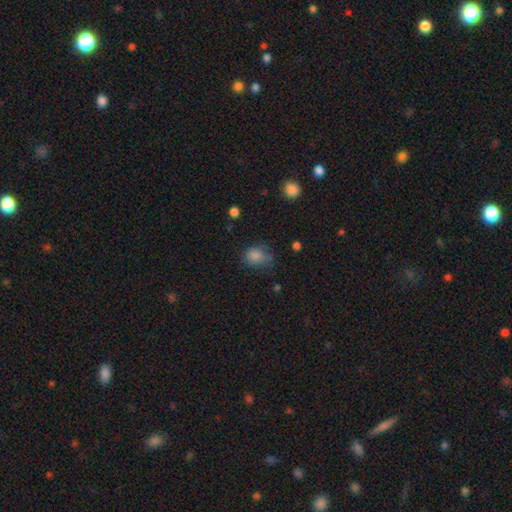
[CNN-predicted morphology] smooth_or_featured: smooth (p=0.81) [alt: star or artifact p=0.11]
how_rounded: in between (p=0.55) [alt: round p=0.44]
merging: none (p=0.55) [alt: minor disturbance p=0.29]